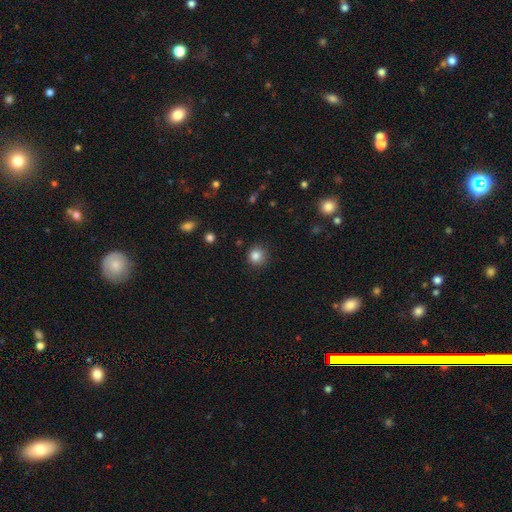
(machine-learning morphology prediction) The model was most divided on "smooth or featured": smooth: 84%, star or artifact: 11%, featured or disk: 4%. More confident: how rounded — round (91%); merging — none (87%).